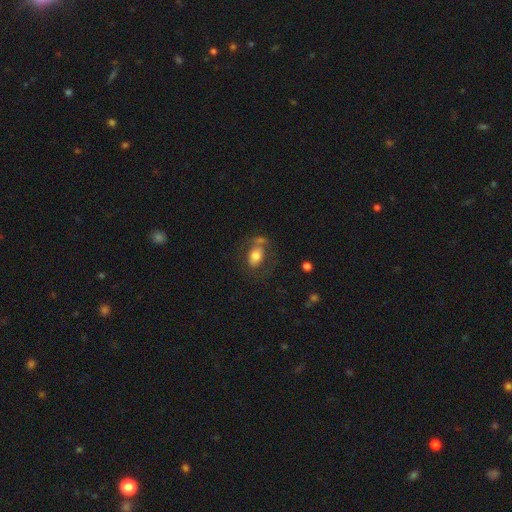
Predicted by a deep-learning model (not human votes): Smooth or featured? smooth (69%)
How rounded? in between (79%)
Merging? none (49%)